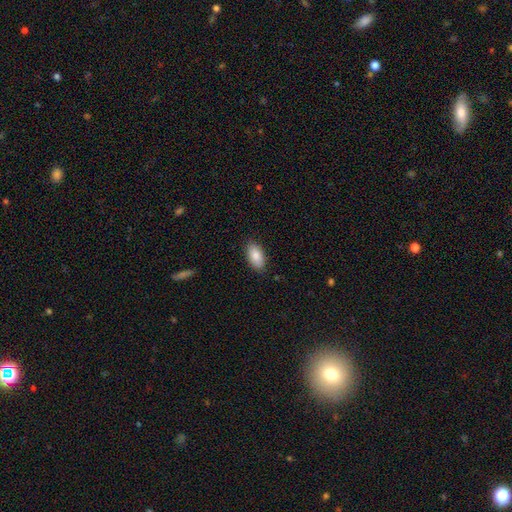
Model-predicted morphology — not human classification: Q: Smooth or featured?
A: smooth (86%); runner-up: featured or disk (8%)
Q: How rounded?
A: in between (93%); runner-up: cigar-shaped (4%)
Q: Merging?
A: none (86%); runner-up: minor disturbance (10%)